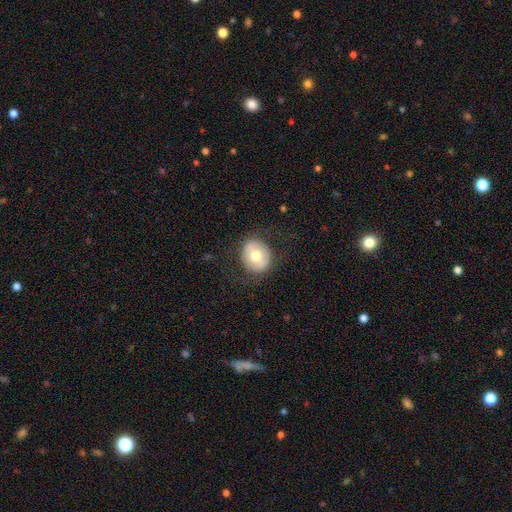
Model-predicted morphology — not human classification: smooth 60%, featured or disk 33%, star or artifact 7%. Down the decision tree: how rounded — round (79%); merging — none (80%).